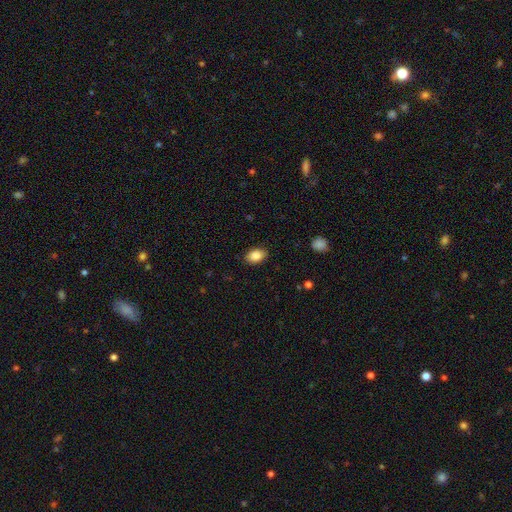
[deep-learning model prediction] A smooth galaxy with no disk features (87%) that is in between round and cigar-shaped (86%). Merging: none (86%).